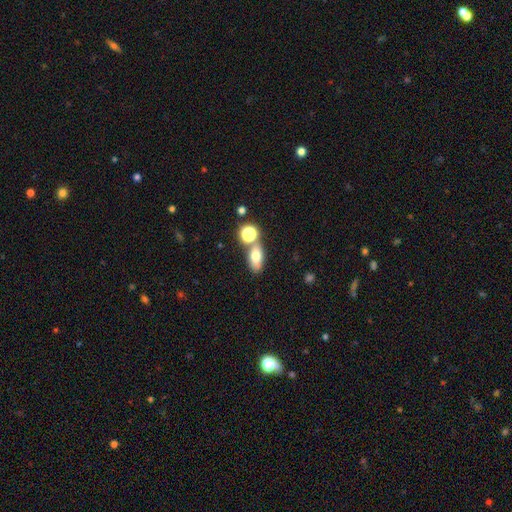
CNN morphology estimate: This appears to be a smooth galaxy with no disk features (72%) that is in between round and cigar-shaped (78%). Merging: none (62%).